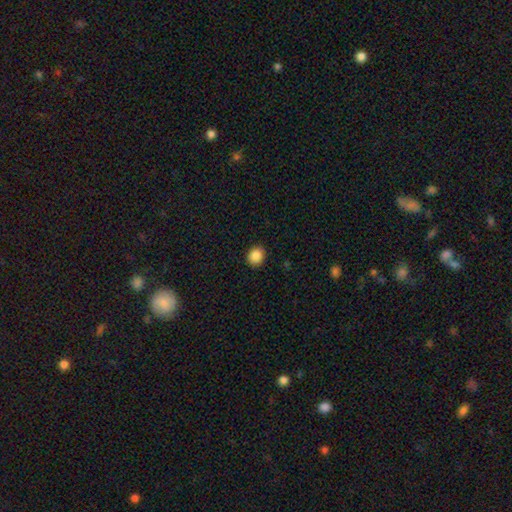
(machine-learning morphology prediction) A smooth galaxy with no disk features (87%) that is round (74%). Merging: none (91%).